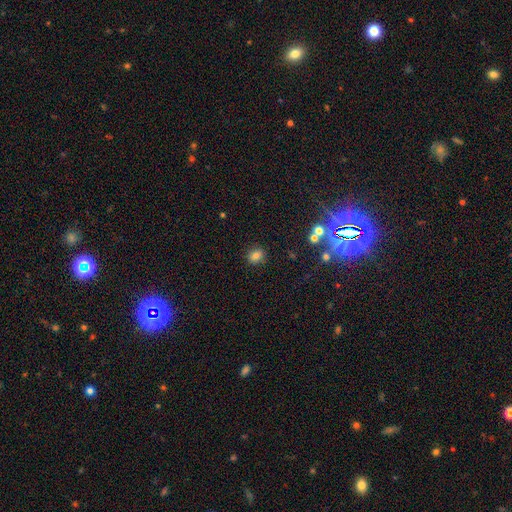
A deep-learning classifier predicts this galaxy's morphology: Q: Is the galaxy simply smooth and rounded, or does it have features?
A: smooth — 78%.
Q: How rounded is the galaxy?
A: round — 64%.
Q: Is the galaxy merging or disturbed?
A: none — 87%.